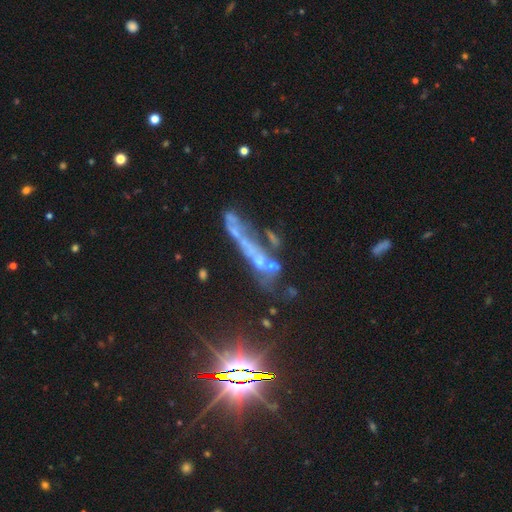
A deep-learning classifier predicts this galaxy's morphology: smooth-or-featured: featured or disk: 48% | star or artifact: 29% | smooth: 23%
  merging: merger: 34% | none: 29% | major disturbance: 22% | minor disturbance: 15%